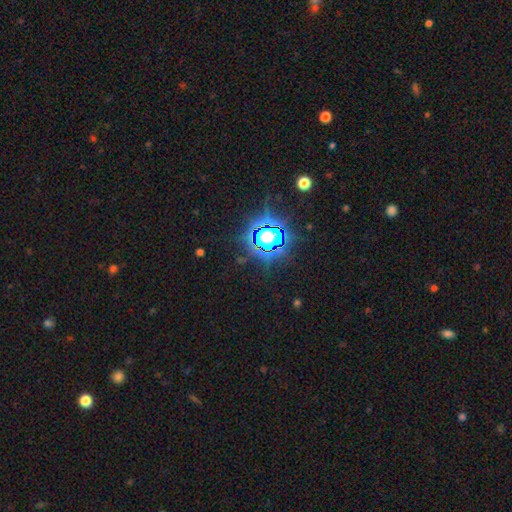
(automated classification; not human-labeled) Smooth or featured: star or artifact — 83% (smooth — 10%)